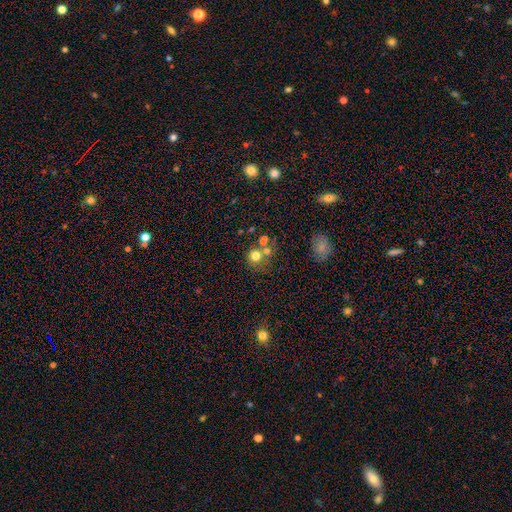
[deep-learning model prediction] The model was most divided on "merging": none: 50%, merger: 35%, minor disturbance: 9%, major disturbance: 6%. More confident: how rounded — round (85%); smooth or featured — smooth (72%).